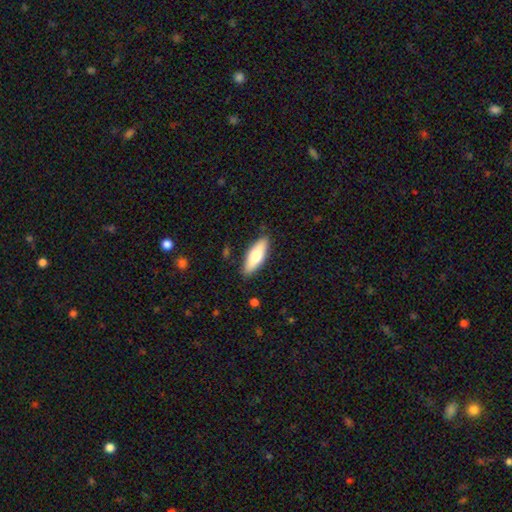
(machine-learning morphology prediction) Smooth or featured: smooth — 68% (featured or disk — 26%)
How rounded: in between — 58% (cigar-shaped — 40%)
Merging: none — 87% (minor disturbance — 10%)